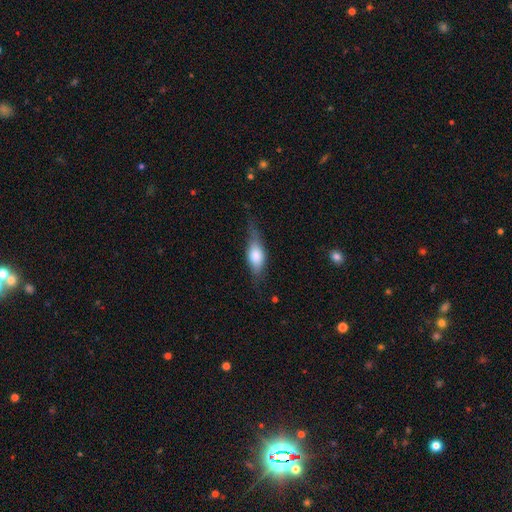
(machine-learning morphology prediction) Smooth or featured?
  - smooth: 61% *
  - featured or disk: 32%
  - star or artifact: 7%
How rounded?
  - in between: 70% *
  - cigar-shaped: 25%
  - round: 5%
Merging?
  - none: 60% *
  - minor disturbance: 28%
  - major disturbance: 10%
  - merger: 2%